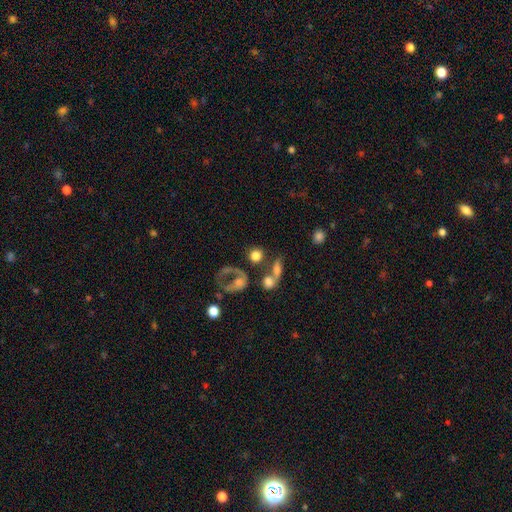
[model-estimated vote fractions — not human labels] A smooth galaxy with no disk features (69%) that is round (75%). Merging: none (41%).